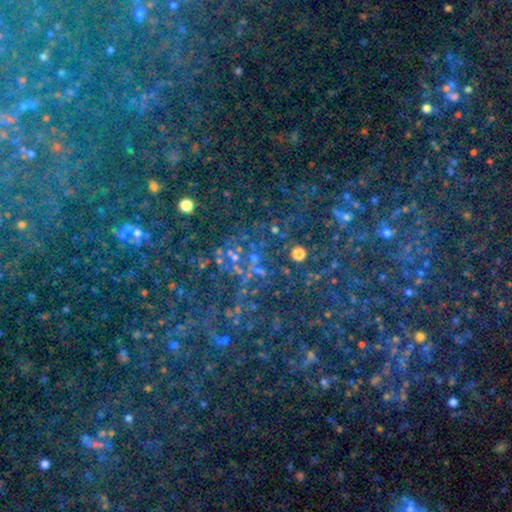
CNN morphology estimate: This is likely a star or artifact rather than a galaxy (79%).